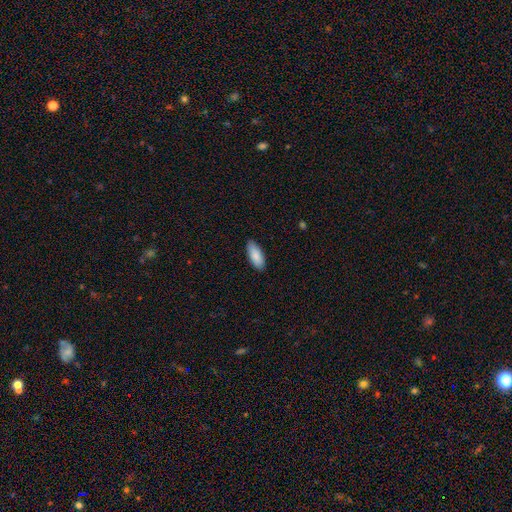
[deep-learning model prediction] A smooth galaxy with no disk features (89%) that is in between round and cigar-shaped (81%). Merging: none (87%).